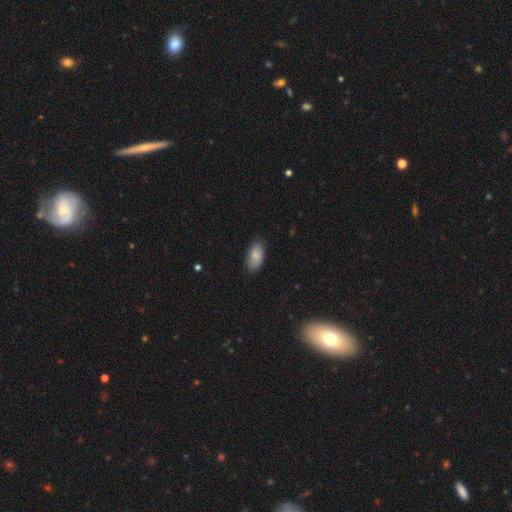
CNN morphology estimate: This is clearly a smooth galaxy (83%). How rounded: clearly in between (93%). Merging: clearly none (80%).